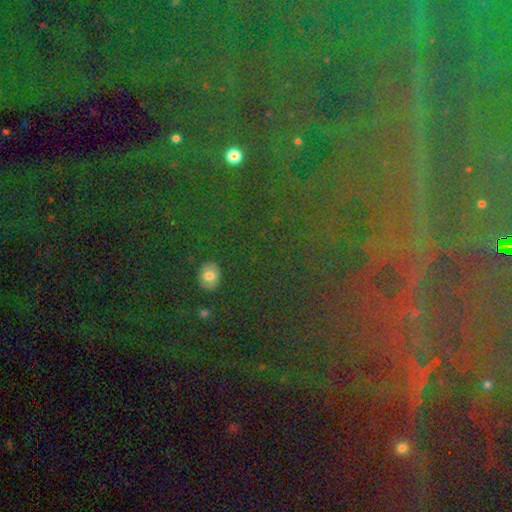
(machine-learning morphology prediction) Q: Smooth or featured?
A: star or artifact (79%); runner-up: featured or disk (11%)